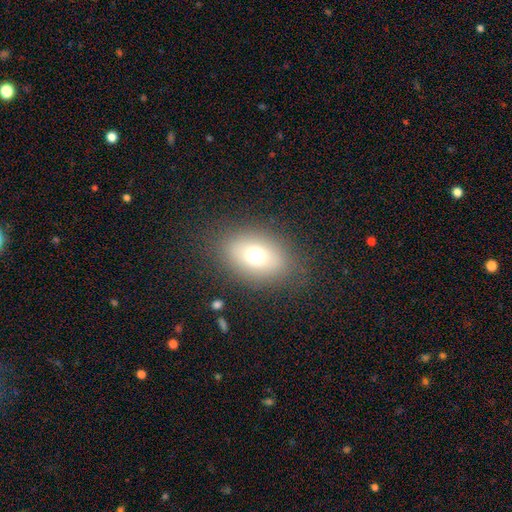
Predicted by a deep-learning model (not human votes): Smooth or featured? smooth (70%)
How rounded? in between (76%)
Merging? none (82%)